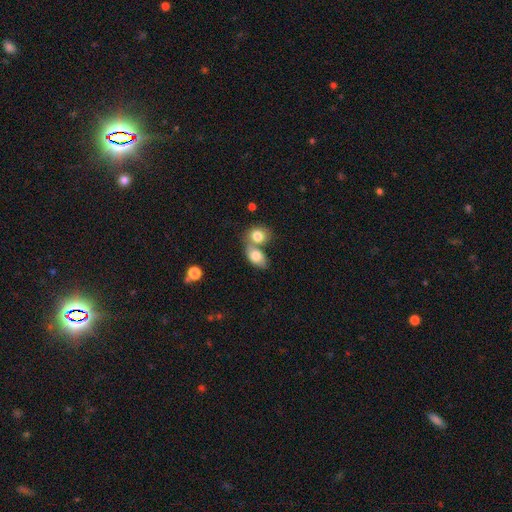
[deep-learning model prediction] Q: Smooth or featured?
A: smooth (79%); runner-up: featured or disk (14%)
Q: How rounded?
A: in between (77%); runner-up: round (21%)
Q: Merging?
A: merger (62%); runner-up: none (25%)